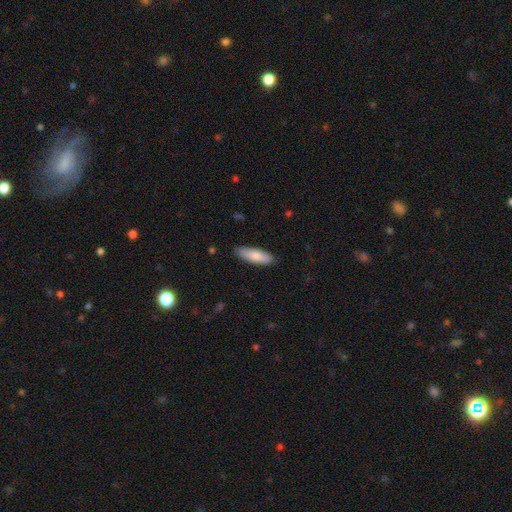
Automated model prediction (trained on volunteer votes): Smooth or featured?
  - smooth: 82% *
  - featured or disk: 13%
  - star or artifact: 5%
How rounded?
  - in between: 52% *
  - cigar-shaped: 46%
  - round: 2%
Merging?
  - none: 88% *
  - minor disturbance: 10%
  - major disturbance: 2%
  - merger: 1%